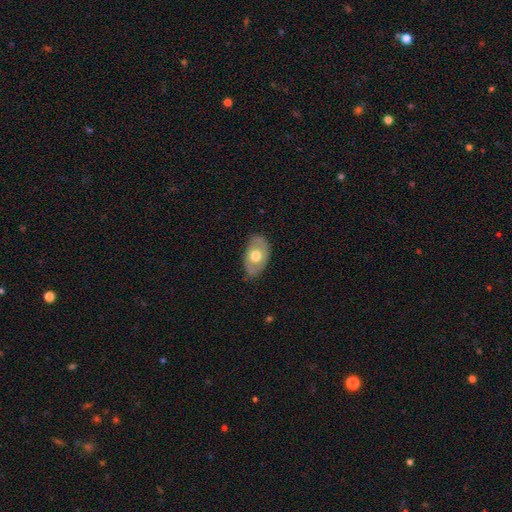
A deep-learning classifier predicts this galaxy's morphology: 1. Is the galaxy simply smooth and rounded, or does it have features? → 53% smooth, 41% featured or disk, 6% star or artifact.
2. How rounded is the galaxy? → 88% in between, 11% round, 1% cigar-shaped.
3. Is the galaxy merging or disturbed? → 78% none, 17% minor disturbance, 4% major disturbance, 1% merger.